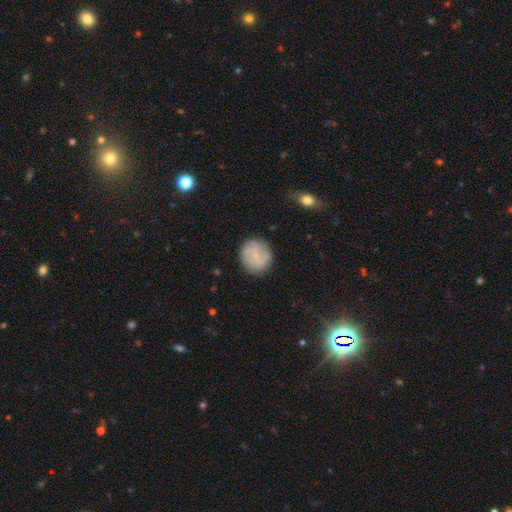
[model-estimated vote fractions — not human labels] A smooth galaxy with no disk features (61%) that is round (88%).

Vote fractions:
- Smooth or featured? smooth: 61% / featured or disk: 31% / star or artifact: 8%
- How rounded? round: 88% / in between: 11% / cigar-shaped: 1%
- Merging? none: 81% / minor disturbance: 13% / major disturbance: 4% / merger: 1%